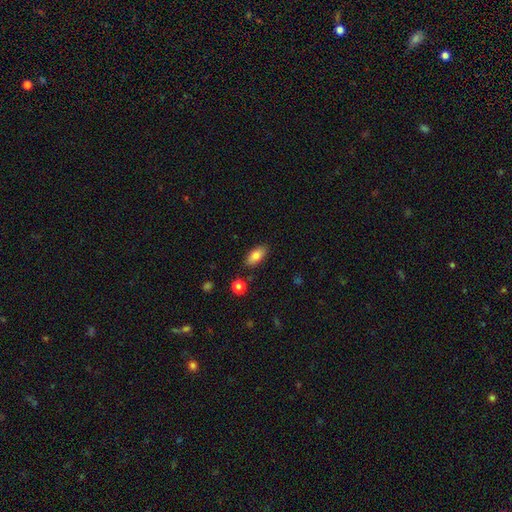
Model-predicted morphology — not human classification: smooth 81%, featured or disk 12%, star or artifact 8%. Down the decision tree: how rounded — in between (89%); merging — none (84%).